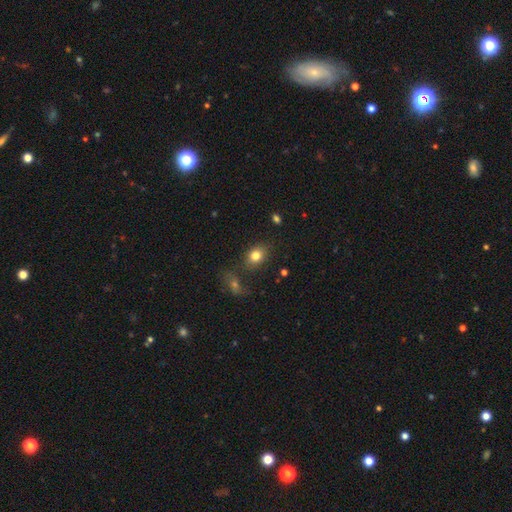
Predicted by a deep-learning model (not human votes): This is likely a smooth galaxy (80%). How rounded: possibly in between (60%). Merging: likely none (74%).